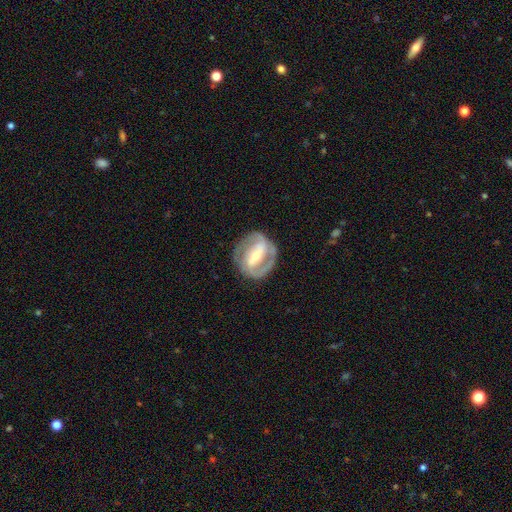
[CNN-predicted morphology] Smooth or featured: featured or disk — 85% (smooth — 11%)
Edge-on disk: no — 96% (yes — 4%)
Bar: strong — 65% (weak — 25%)
Spiral arms: yes — 87% (no — 13%)
Spiral winding: tight — 47% (medium — 42%)
Spiral arm count: 2 — 83% (can't tell — 8%)
Bulge size: moderate — 53% (small — 40%)
Merging: none — 80% (minor disturbance — 13%)